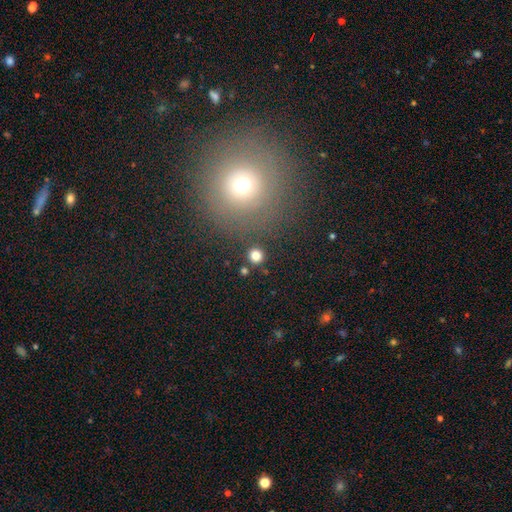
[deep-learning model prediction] smooth-or-featured: smooth: 80% | star or artifact: 14% | featured or disk: 5%
  how-rounded: round: 93% | in between: 6% | cigar-shaped: 1%
  merging: none: 88% | minor disturbance: 5% | merger: 4% | major disturbance: 3%